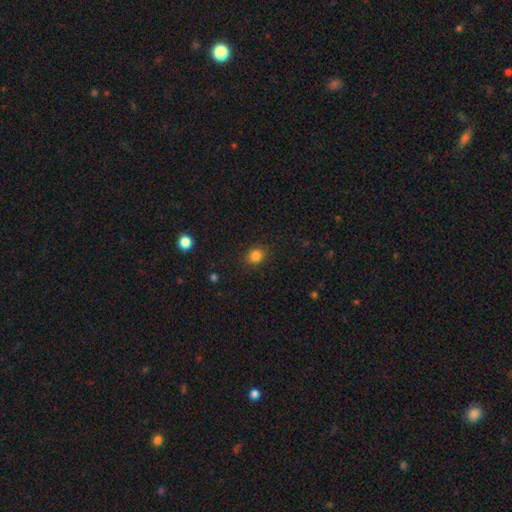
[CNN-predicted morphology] Smooth or featured?
  - smooth: 84% *
  - star or artifact: 12%
  - featured or disk: 4%
How rounded?
  - round: 67% *
  - in between: 32%
  - cigar-shaped: 1%
Merging?
  - none: 88% *
  - minor disturbance: 9%
  - major disturbance: 3%
  - merger: 1%